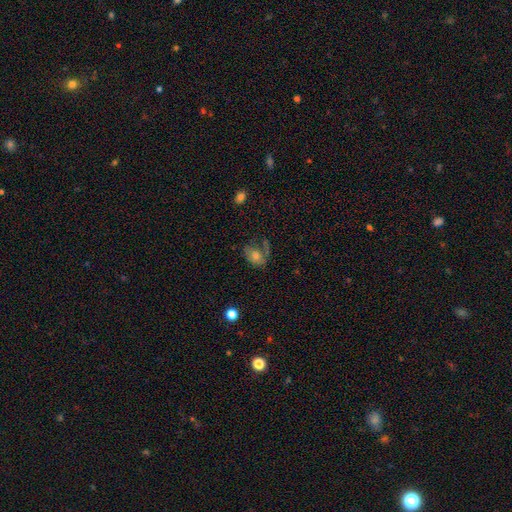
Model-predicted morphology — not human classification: A smooth galaxy with no disk features (50%). Merging: none (42%).